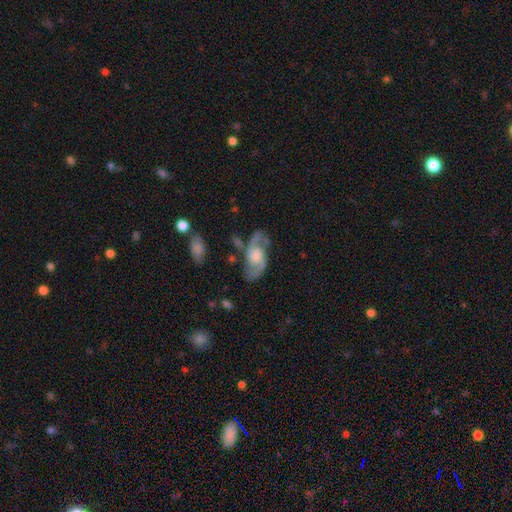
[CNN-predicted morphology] type=featured or disk (80%); edge-on=no (95%); bar=no (57%); spiral arms=yes (93%); winding=medium (49%); arm count=2 (90%); bulge=moderate (37%); merging=none (65%).